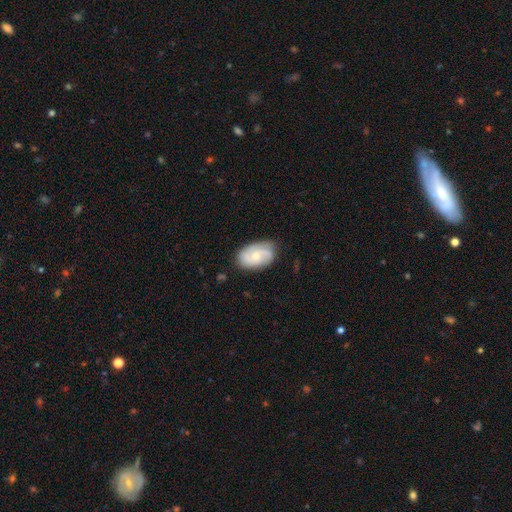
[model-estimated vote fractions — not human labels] Morphology: type=featured or disk (63%); edge-on=no (96%); bar=no (68%); spiral arms=yes (89%); winding=medium (41%); arm count=2 (53%); bulge=small (49%); merging=none (72%).